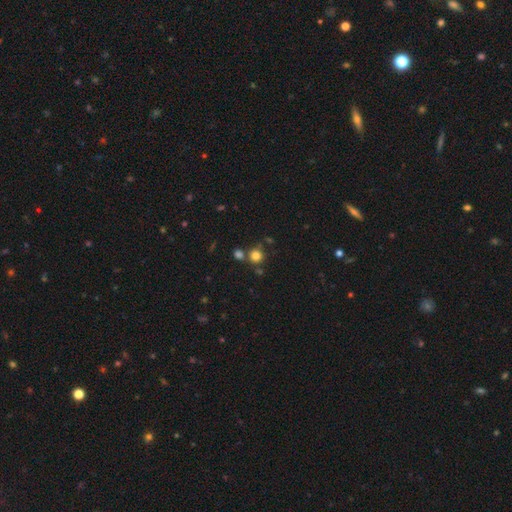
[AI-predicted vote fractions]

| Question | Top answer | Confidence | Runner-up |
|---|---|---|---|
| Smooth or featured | smooth | 80% | star or artifact (14%) |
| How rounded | round | 91% | in between (8%) |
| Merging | none | 70% | merger (18%) |